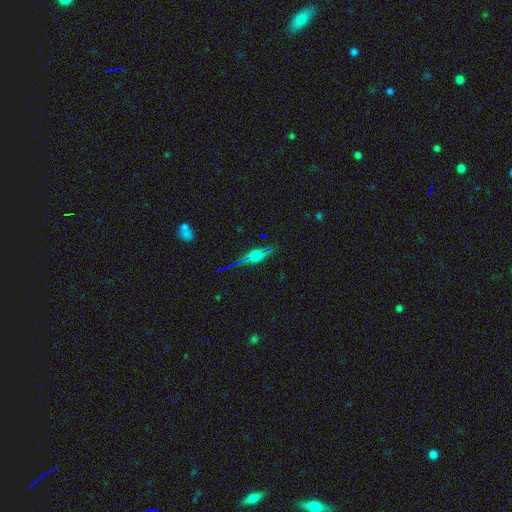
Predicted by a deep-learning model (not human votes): A featured or disk galaxy (53%) viewed edge-on (92%). Merging: none (85%).